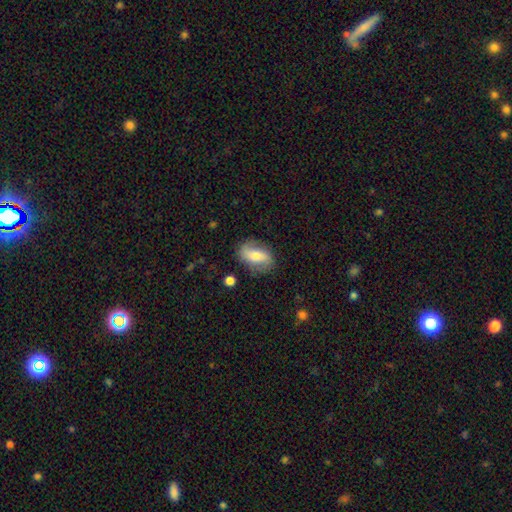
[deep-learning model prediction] This appears to be a smooth galaxy with no disk features (53%) that is in between round and cigar-shaped (85%). Merging: none (76%).